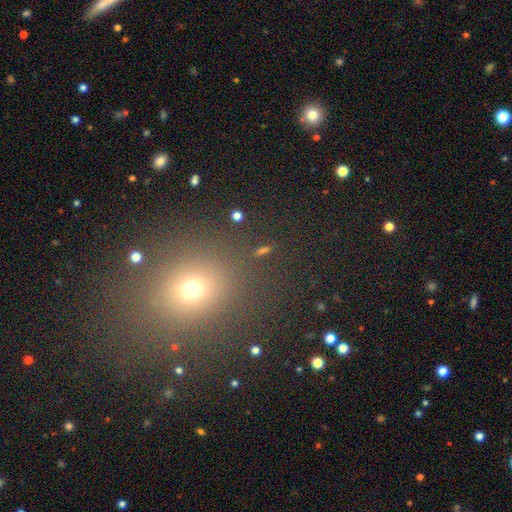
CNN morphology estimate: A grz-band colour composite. It shows a smooth galaxy with no disk features (54%) that is round (63%). Merging: none (86%).